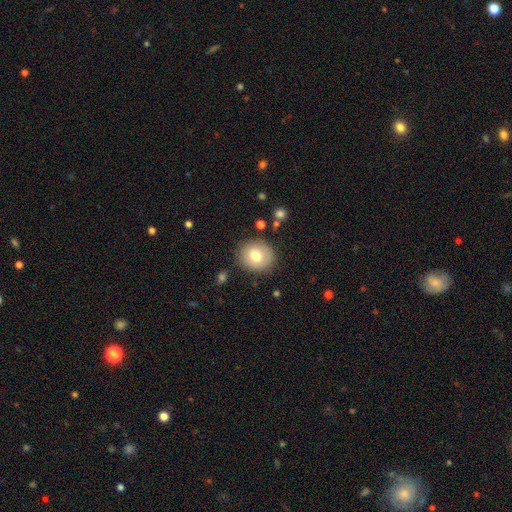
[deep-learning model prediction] Smooth or featured? smooth (74%)
How rounded? round (81%)
Merging? none (85%)